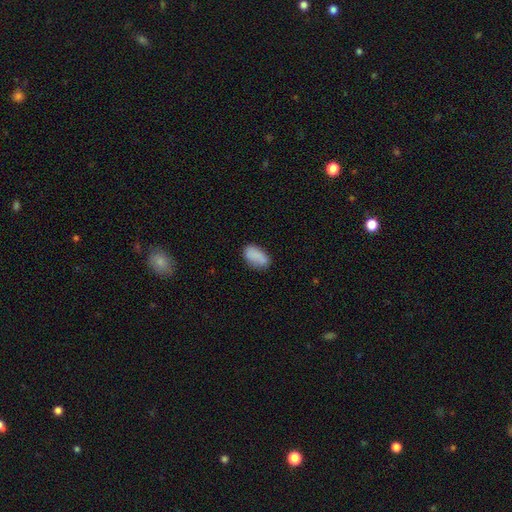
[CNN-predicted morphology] Smooth or featured?
  - smooth: 85% *
  - star or artifact: 7%
  - featured or disk: 7%
How rounded?
  - in between: 92% *
  - round: 4%
  - cigar-shaped: 3%
Merging?
  - none: 72% *
  - minor disturbance: 20%
  - major disturbance: 5%
  - merger: 3%